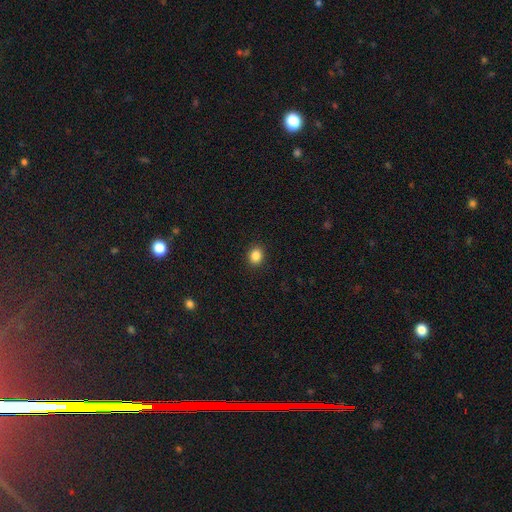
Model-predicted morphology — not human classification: A smooth galaxy with no disk features (86%) that is round (70%).

Vote fractions:
- Smooth or featured? smooth: 86% / star or artifact: 10% / featured or disk: 4%
- How rounded? round: 70% / in between: 29% / cigar-shaped: 1%
- Merging? none: 91% / minor disturbance: 6% / major disturbance: 2% / merger: 1%